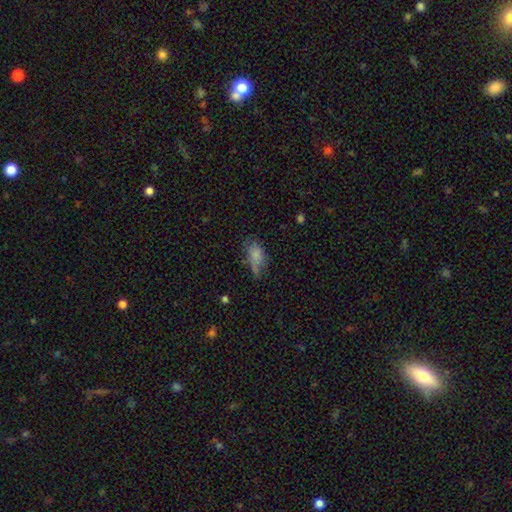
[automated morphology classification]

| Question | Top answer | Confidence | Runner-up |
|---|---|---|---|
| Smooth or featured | smooth | 75% | featured or disk (14%) |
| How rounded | in between | 89% | round (6%) |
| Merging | none | 41% | minor disturbance (33%) |